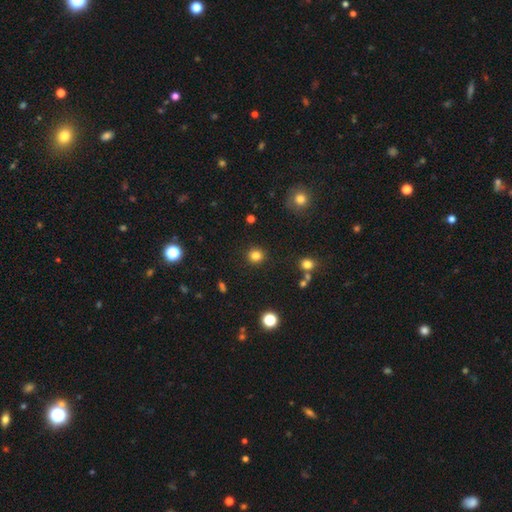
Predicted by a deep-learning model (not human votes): The model was most divided on "smooth or featured": smooth: 82%, star or artifact: 13%, featured or disk: 5%. More confident: how rounded — round (92%); merging — none (91%).